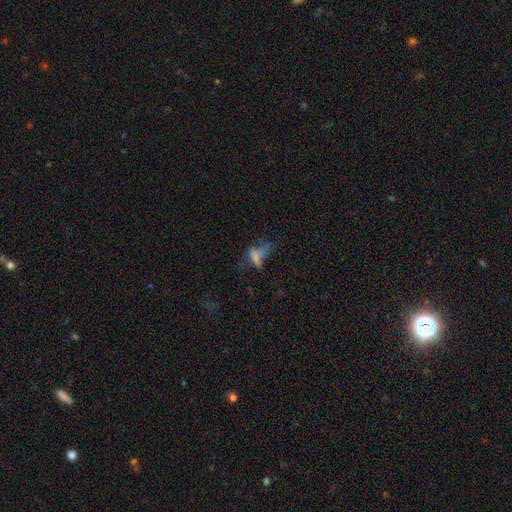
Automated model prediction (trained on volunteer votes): A smooth galaxy with no disk features (52%) that is in between round and cigar-shaped (71%). Merging: major disturbance (45%).